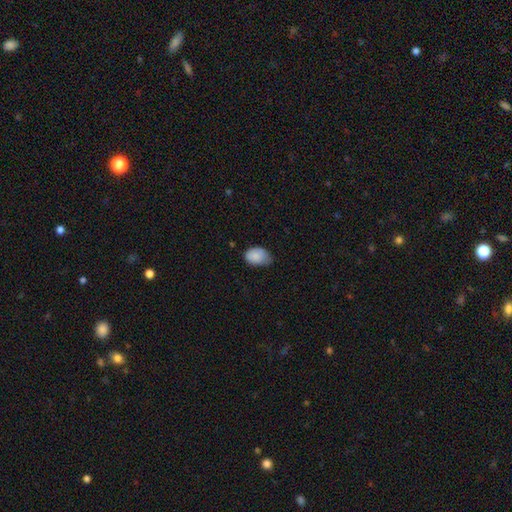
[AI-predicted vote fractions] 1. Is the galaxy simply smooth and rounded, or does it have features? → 84% smooth, 8% featured or disk, 7% star or artifact.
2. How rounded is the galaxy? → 80% in between, 19% round, 1% cigar-shaped.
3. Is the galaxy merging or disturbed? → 48% minor disturbance, 41% none, 10% major disturbance, 2% merger.